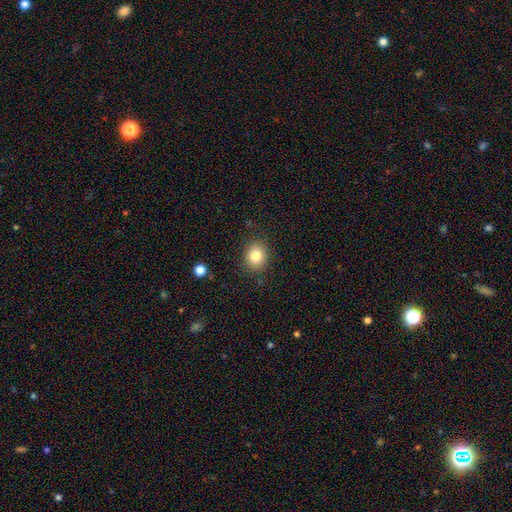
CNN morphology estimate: smooth-or-featured: smooth: 82% | star or artifact: 11% | featured or disk: 7%
  how-rounded: round: 67% | in between: 32% | cigar-shaped: 1%
  merging: none: 86% | minor disturbance: 9% | major disturbance: 3% | merger: 1%